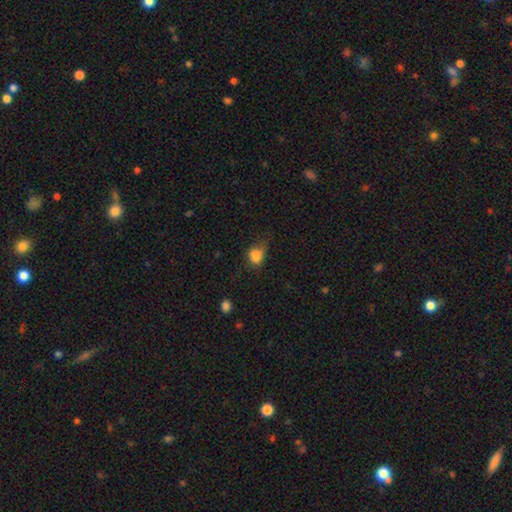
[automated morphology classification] Q: Smooth or featured?
A: smooth (82%); runner-up: star or artifact (11%)
Q: How rounded?
A: in between (52%); runner-up: round (47%)
Q: Merging?
A: none (42%); runner-up: minor disturbance (35%)